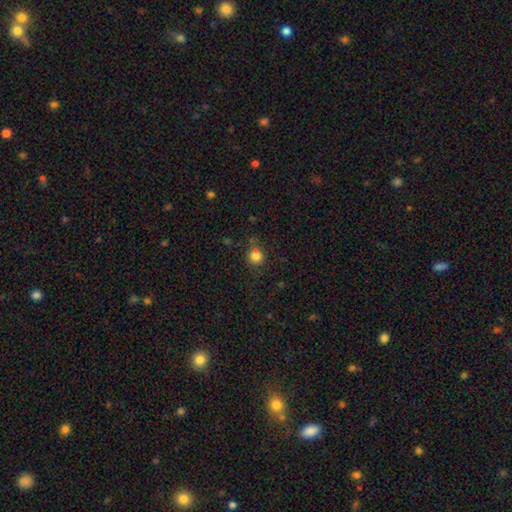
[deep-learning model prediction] Morphology: type=smooth (81%); roundness=round (86%); merging=none (67%).